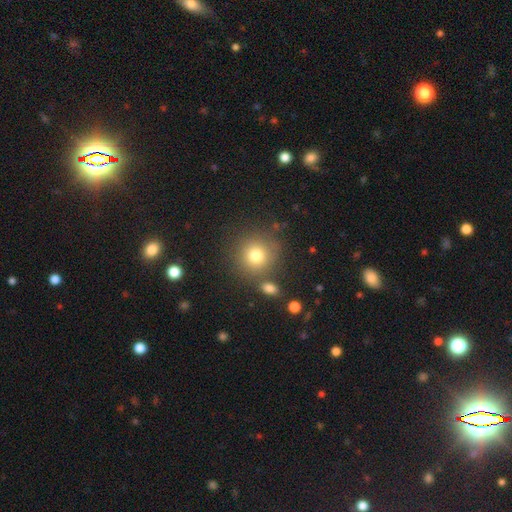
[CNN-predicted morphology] Overall: smooth (78%). How rounded: round (91%). Merging: none (77%).